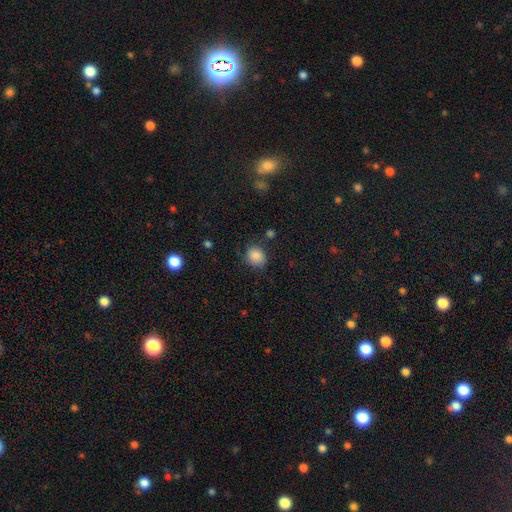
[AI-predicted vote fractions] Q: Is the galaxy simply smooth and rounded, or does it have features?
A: smooth — 86%.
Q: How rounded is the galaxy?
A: round — 61%.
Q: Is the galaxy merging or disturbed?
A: none — 70%.